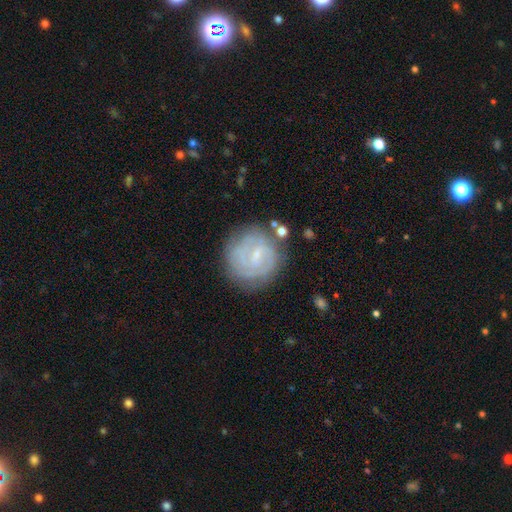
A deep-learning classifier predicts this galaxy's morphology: A featured or disk galaxy (71%) with a weak bar (55%), tight (65%) spiral arms (85%) and a small central bulge (73%). Merging: none (74%).